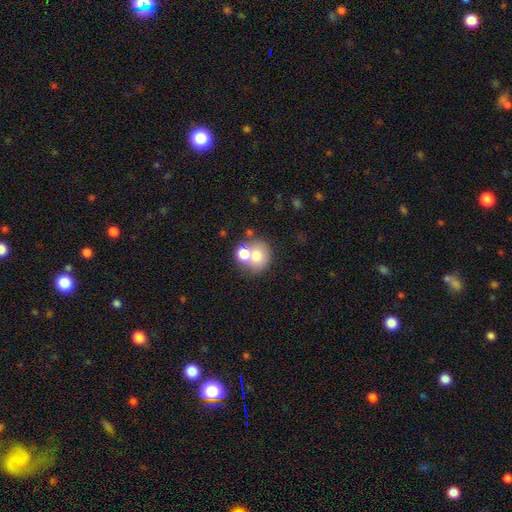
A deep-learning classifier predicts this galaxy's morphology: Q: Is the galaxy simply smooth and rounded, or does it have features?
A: smooth — 71%.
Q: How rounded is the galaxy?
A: round — 77%.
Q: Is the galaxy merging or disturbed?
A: merger — 48%.